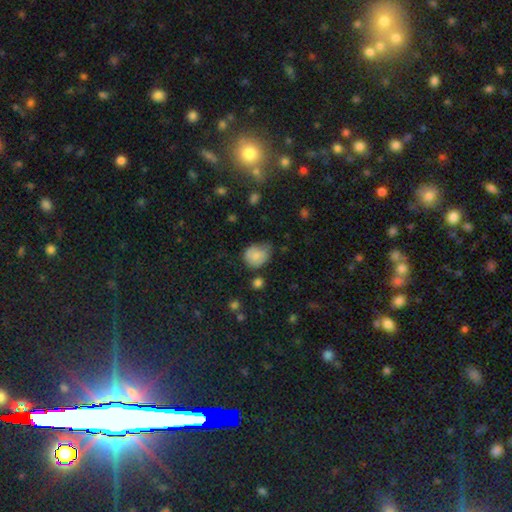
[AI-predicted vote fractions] smooth_or_featured: smooth (p=0.78) [alt: featured or disk p=0.13]
how_rounded: round (p=0.60) [alt: in between p=0.40]
merging: none (p=0.49) [alt: minor disturbance p=0.37]